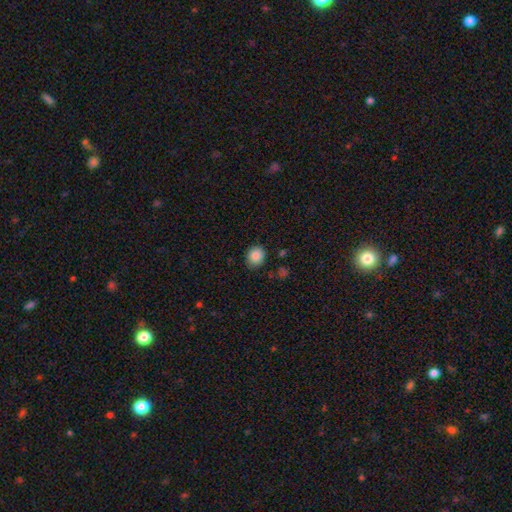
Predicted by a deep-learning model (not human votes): The model was most divided on "how rounded": round: 74%, in between: 25%, cigar-shaped: 1%. More confident: smooth or featured — smooth (87%); merging — none (83%).